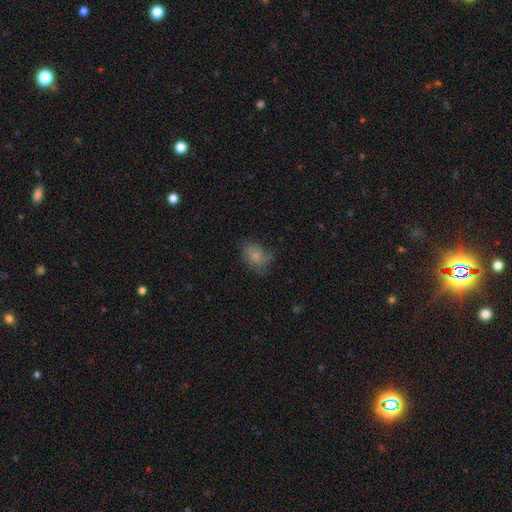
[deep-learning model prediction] Morphology: type=smooth (72%); roundness=in between (65%); merging=none (52%).